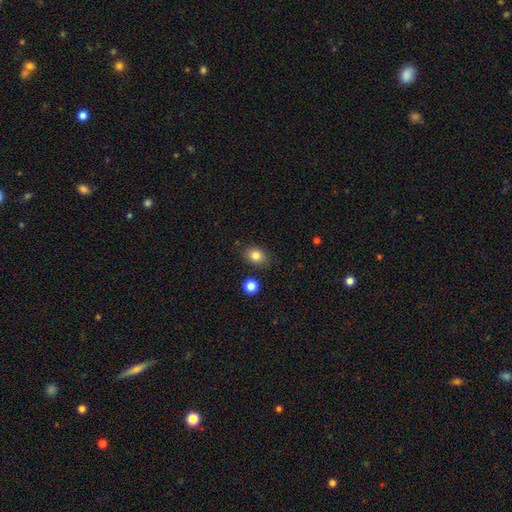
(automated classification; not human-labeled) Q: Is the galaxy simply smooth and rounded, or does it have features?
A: smooth — 83%.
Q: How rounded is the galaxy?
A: in between — 56%.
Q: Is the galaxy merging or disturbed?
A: none — 84%.